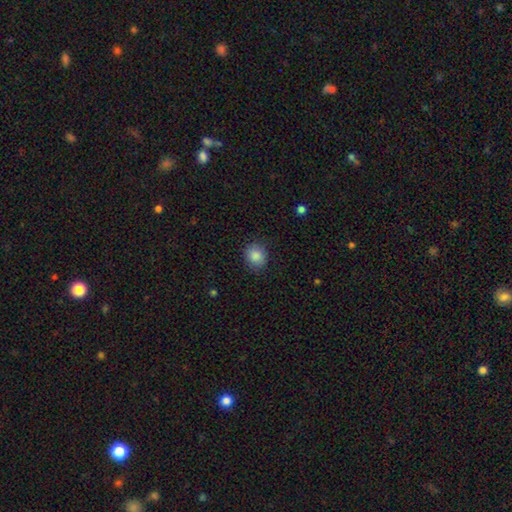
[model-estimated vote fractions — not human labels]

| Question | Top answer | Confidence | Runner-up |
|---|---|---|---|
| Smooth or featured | smooth | 87% | star or artifact (9%) |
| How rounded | round | 73% | in between (26%) |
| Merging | none | 85% | minor disturbance (11%) |